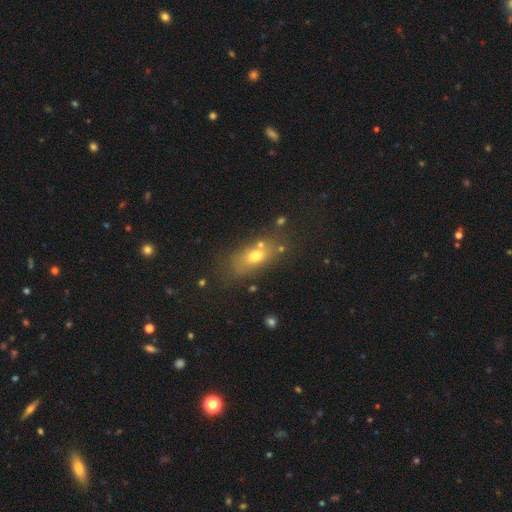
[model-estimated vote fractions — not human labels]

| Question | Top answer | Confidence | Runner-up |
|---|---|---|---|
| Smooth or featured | smooth | 64% | featured or disk (20%) |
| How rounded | in between | 70% | round (17%) |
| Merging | none | 64% | minor disturbance (15%) |